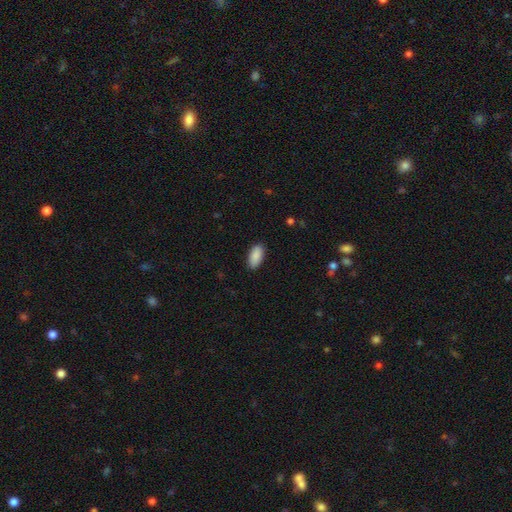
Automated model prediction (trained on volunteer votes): smooth_or_featured: smooth (p=0.91) [alt: star or artifact p=0.06]
how_rounded: in between (p=0.92) [alt: cigar-shaped p=0.06]
merging: none (p=0.88) [alt: minor disturbance p=0.09]